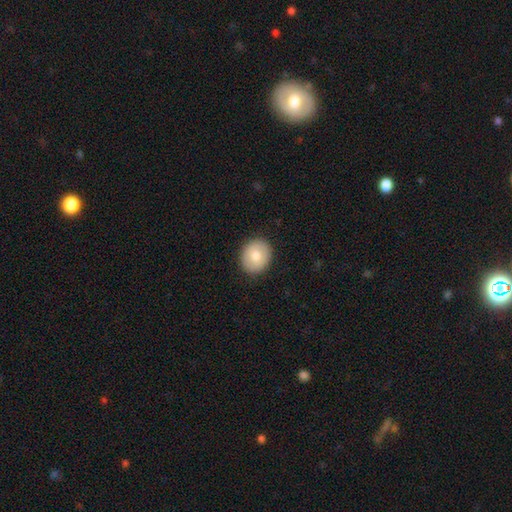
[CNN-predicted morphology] Overall: smooth (78%). How rounded: round (67%; in between 32%). Merging: none (89%).